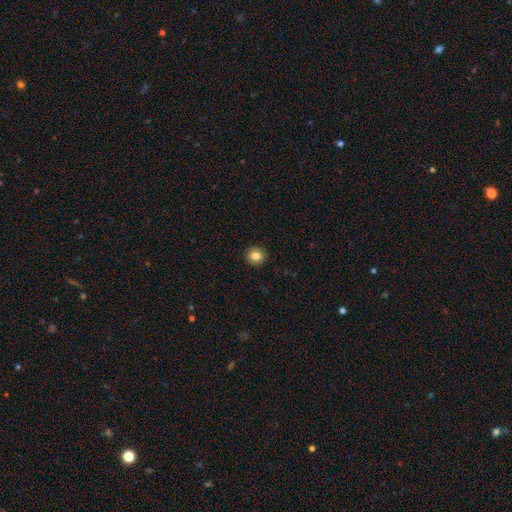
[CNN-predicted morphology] smooth 83%, star or artifact 10%, featured or disk 7%. Down the decision tree: how rounded — round (92%); merging — none (93%).